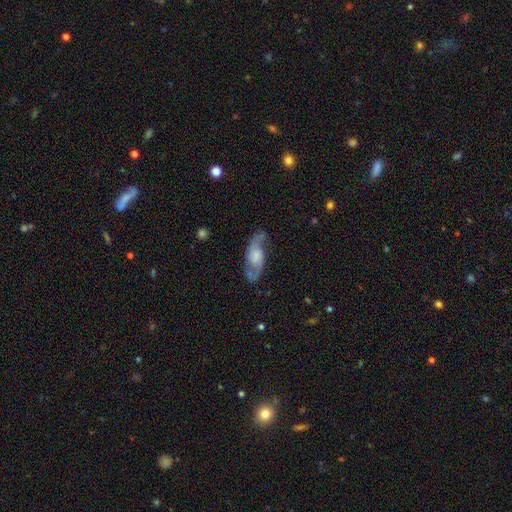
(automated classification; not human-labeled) Smooth or featured?
  - featured or disk: 82% *
  - smooth: 12%
  - star or artifact: 6%
Edge-on disk?
  - no: 93% *
  - yes: 7%
Bar?
  - no: 52% *
  - weak: 39%
  - strong: 10%
Spiral arms?
  - yes: 96% *
  - no: 4%
Spiral winding?
  - loose: 47% *
  - medium: 42%
  - tight: 11%
Spiral arm count?
  - 2: 92% *
  - can't tell: 3%
  - 1: 2%
  - 3: 1%
  - 4: 1%
  - more than 4: 1%
Bulge size?
  - none: 33% *
  - small: 25%
  - moderate: 23%
  - large: 17%
  - dominant: 3%
Merging?
  - none: 73% *
  - minor disturbance: 17%
  - major disturbance: 8%
  - merger: 2%